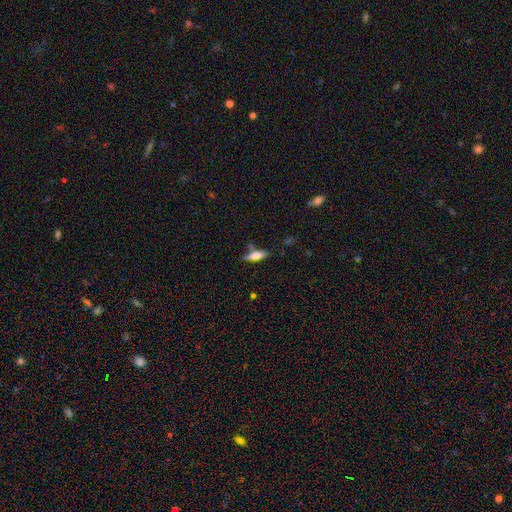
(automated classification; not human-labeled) A smooth galaxy with no disk features (65%) that is cigar-shaped (50%).

Vote fractions:
- Smooth or featured? smooth: 65% / featured or disk: 28% / star or artifact: 7%
- How rounded? cigar-shaped: 50% / in between: 48% / round: 2%
- Merging? none: 72% / minor disturbance: 16% / merger: 8% / major disturbance: 4%